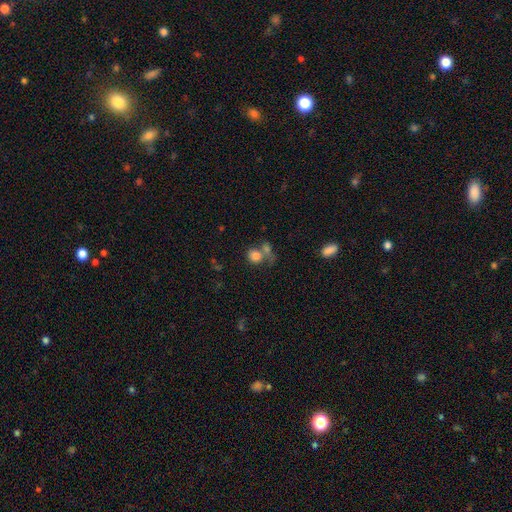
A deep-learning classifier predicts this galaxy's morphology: smooth-or-featured: smooth: 79% | star or artifact: 11% | featured or disk: 10%
  how-rounded: round: 70% | in between: 29% | cigar-shaped: 1%
  merging: merger: 43% | none: 35% | major disturbance: 11% | minor disturbance: 11%